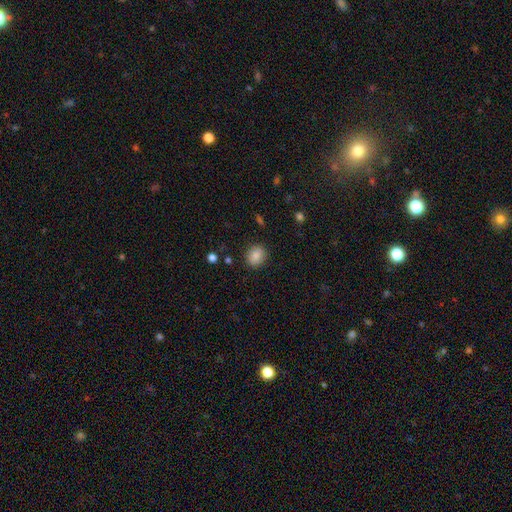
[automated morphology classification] Q: Smooth or featured?
A: smooth (86%); runner-up: star or artifact (9%)
Q: How rounded?
A: round (66%); runner-up: in between (33%)
Q: Merging?
A: none (88%); runner-up: minor disturbance (8%)